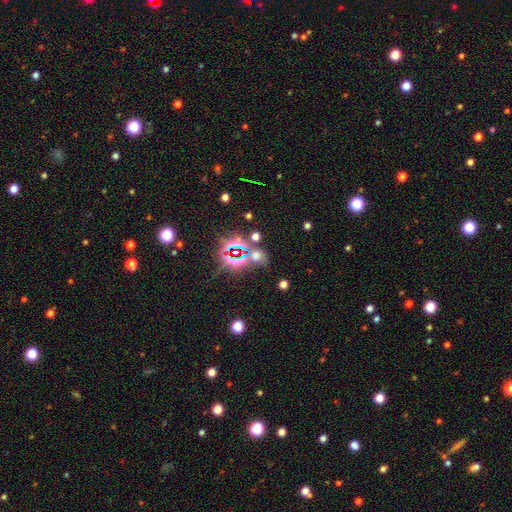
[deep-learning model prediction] This is possibly a star or artifact rather than a galaxy (58%).